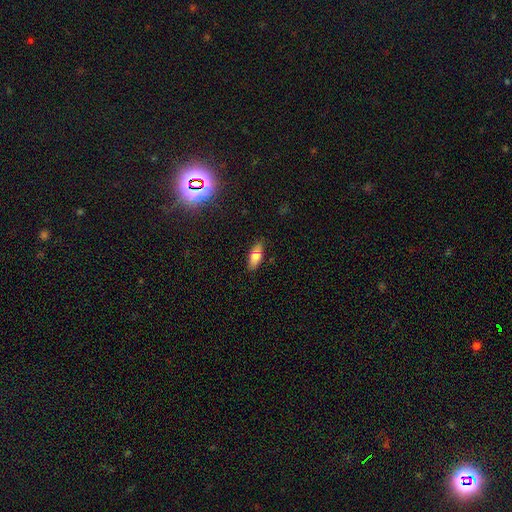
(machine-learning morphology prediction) The model was most divided on "smooth or featured": smooth: 71%, featured or disk: 21%, star or artifact: 8%. More confident: merging — none (84%); how rounded — in between (75%).